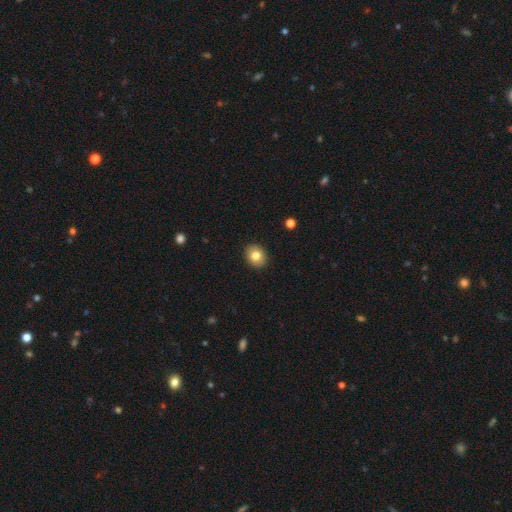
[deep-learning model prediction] Smooth or featured?
  - smooth: 81% *
  - featured or disk: 10%
  - star or artifact: 9%
How rounded?
  - round: 54% *
  - in between: 45%
  - cigar-shaped: 1%
Merging?
  - none: 91% *
  - minor disturbance: 6%
  - major disturbance: 2%
  - merger: 1%